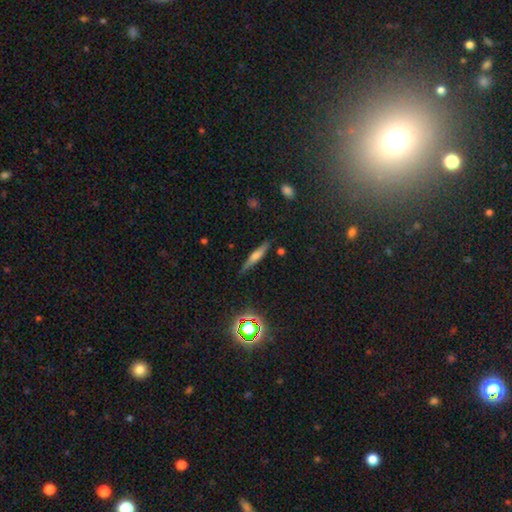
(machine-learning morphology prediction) Smooth or featured? smooth (52%)
How rounded? cigar-shaped (85%)
Merging? none (80%)